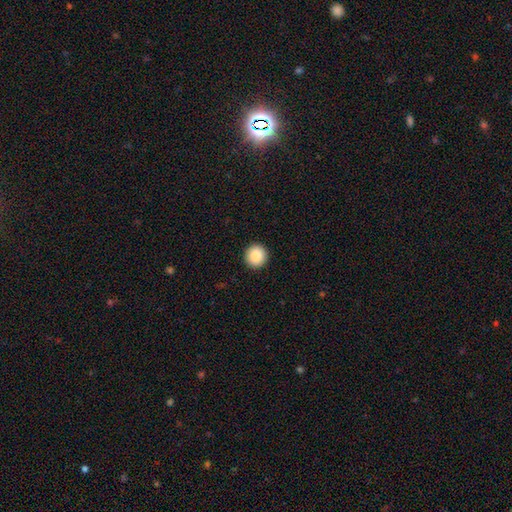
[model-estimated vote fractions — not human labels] Smooth or featured: smooth — 87% (star or artifact — 8%)
How rounded: round — 95% (in between — 4%)
Merging: none — 94% (minor disturbance — 4%)